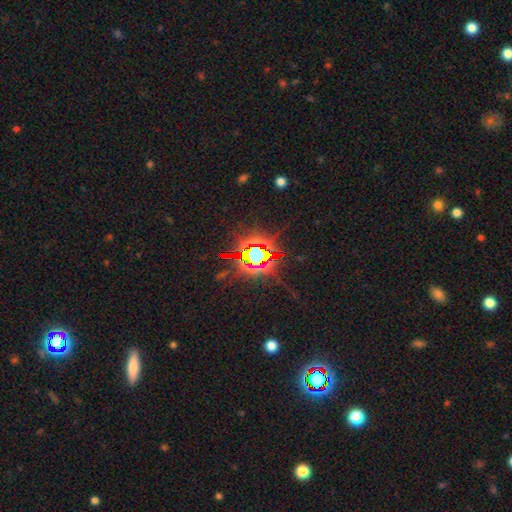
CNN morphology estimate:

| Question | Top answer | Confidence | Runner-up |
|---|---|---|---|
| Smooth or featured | star or artifact | 79% | featured or disk (11%) |